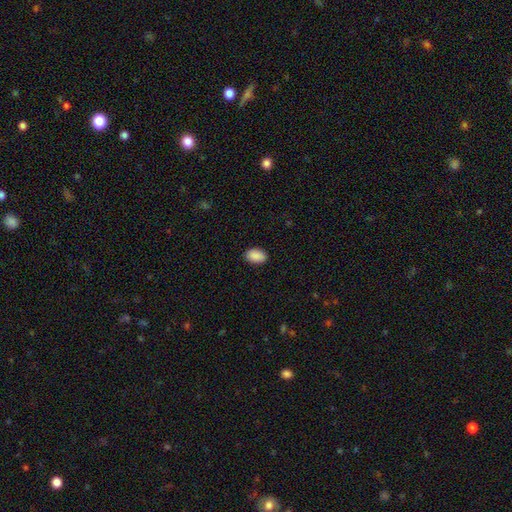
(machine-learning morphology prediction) Smooth or featured: smooth — 91% (star or artifact — 7%)
How rounded: in between — 92% (round — 7%)
Merging: none — 89% (minor disturbance — 8%)